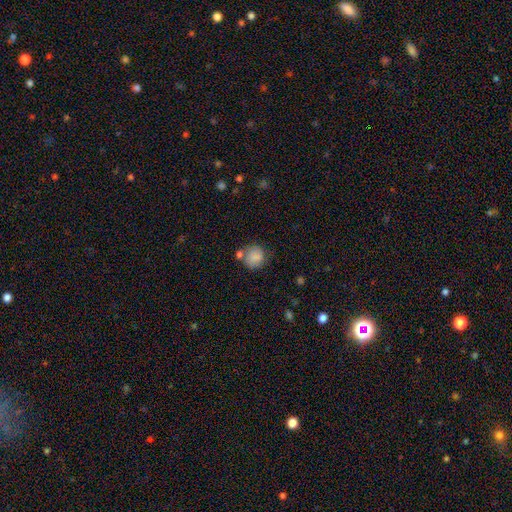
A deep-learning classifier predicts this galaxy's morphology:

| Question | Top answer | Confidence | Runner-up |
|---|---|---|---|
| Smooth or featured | smooth | 83% | featured or disk (9%) |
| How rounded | round | 84% | in between (15%) |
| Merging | none | 61% | minor disturbance (17%) |